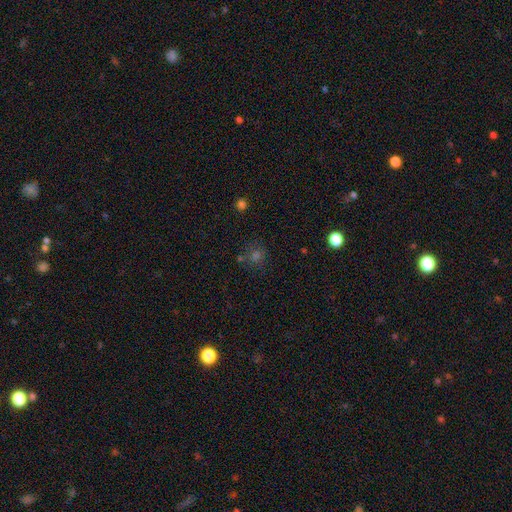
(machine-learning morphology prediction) Smooth or featured? Predicted: smooth (p=0.57). How rounded? Predicted: round (p=0.86). Merging? Predicted: none (p=0.75).